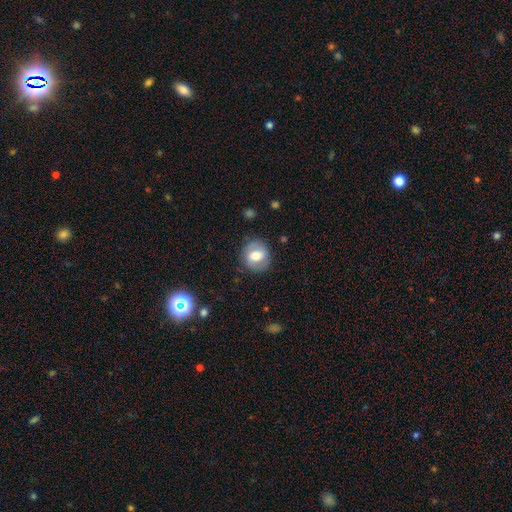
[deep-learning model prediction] Smooth or featured? smooth (57%)
How rounded? round (73%)
Merging? none (82%)